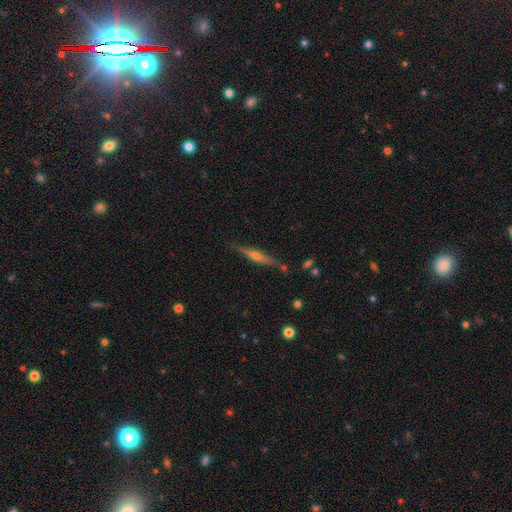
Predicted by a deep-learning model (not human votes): smooth-or-featured: featured or disk: 67% | smooth: 26% | star or artifact: 7%
  disk-edge-on: yes: 96% | no: 4%
    edge-on-bulge: rounded: 78% | none: 13% | boxy: 9%
  merging: none: 83% | minor disturbance: 12% | merger: 3% | major disturbance: 3%